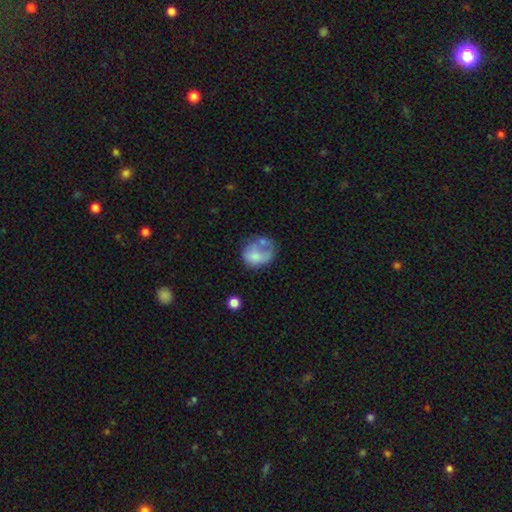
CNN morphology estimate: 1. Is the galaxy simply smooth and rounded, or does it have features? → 62% smooth, 30% featured or disk, 9% star or artifact.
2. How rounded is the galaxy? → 57% round, 42% in between, 1% cigar-shaped.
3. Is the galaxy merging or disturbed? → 28% none (tied), 28% major disturbance (tied), 23% minor disturbance, 20% merger.